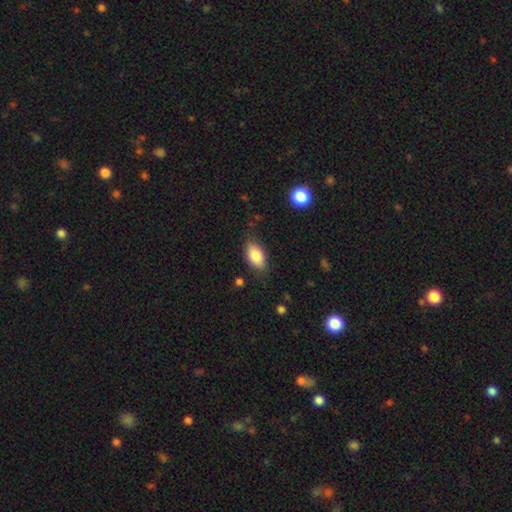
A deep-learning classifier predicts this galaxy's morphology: Smooth or featured? smooth (82%)
How rounded? in between (92%)
Merging? none (80%)